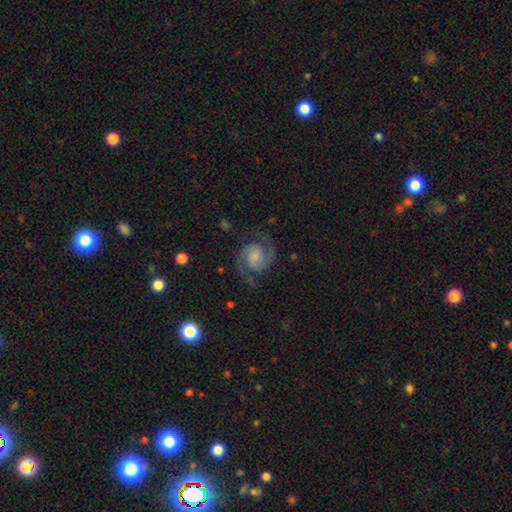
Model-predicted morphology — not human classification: type=featured or disk (87%); edge-on=no (98%); bar=no (59%); spiral arms=yes (98%); winding=medium (56%); arm count=2 (93%); bulge=small (43%); merging=none (80%).